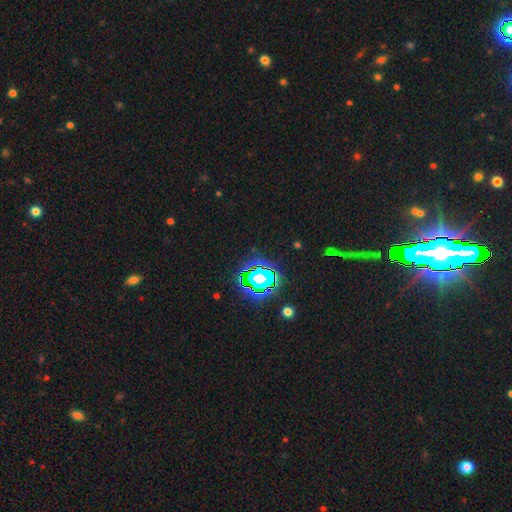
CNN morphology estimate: smooth-or-featured: star or artifact: 82% | smooth: 9% | featured or disk: 9%